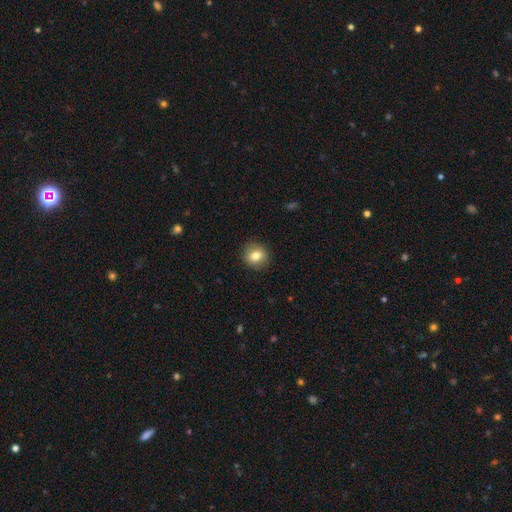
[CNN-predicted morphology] This appears to be a smooth galaxy with no disk features (81%) that is round (82%). Merging: none (89%).